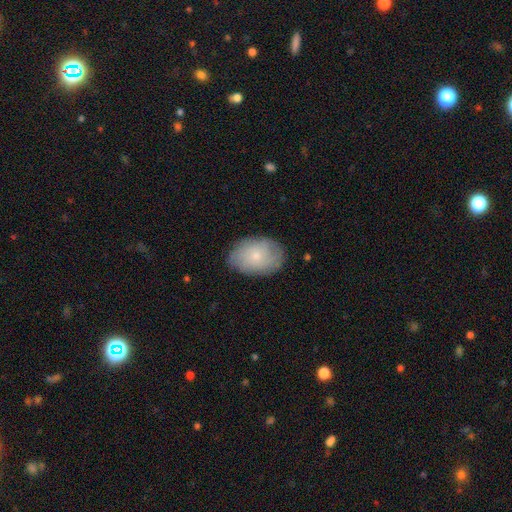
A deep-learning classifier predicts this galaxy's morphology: smooth 64%, featured or disk 28%, star or artifact 8%. Down the decision tree: how rounded — in between (83%); merging — none (81%).